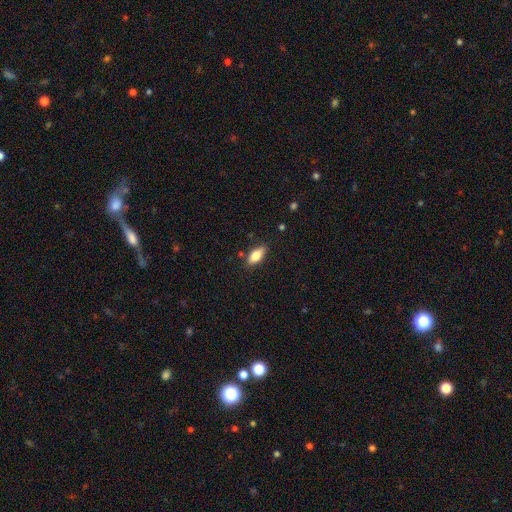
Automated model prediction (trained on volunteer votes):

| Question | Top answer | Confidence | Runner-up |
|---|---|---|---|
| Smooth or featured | smooth | 80% | featured or disk (13%) |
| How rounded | in between | 85% | cigar-shaped (12%) |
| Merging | none | 83% | minor disturbance (13%) |